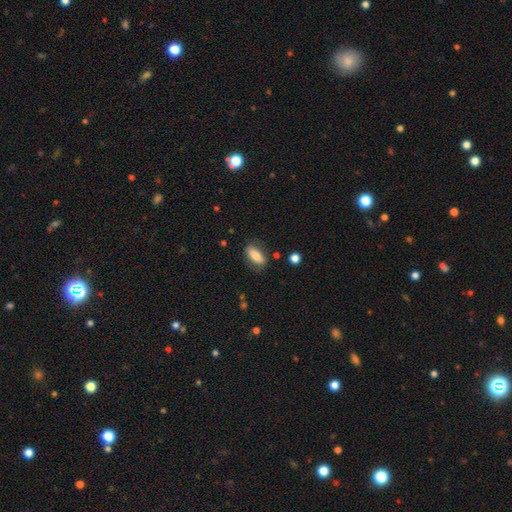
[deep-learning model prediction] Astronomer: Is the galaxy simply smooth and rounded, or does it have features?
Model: smooth — 77%.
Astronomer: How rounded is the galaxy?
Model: in between — 76%.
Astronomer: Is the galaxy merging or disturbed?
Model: none — 78%.